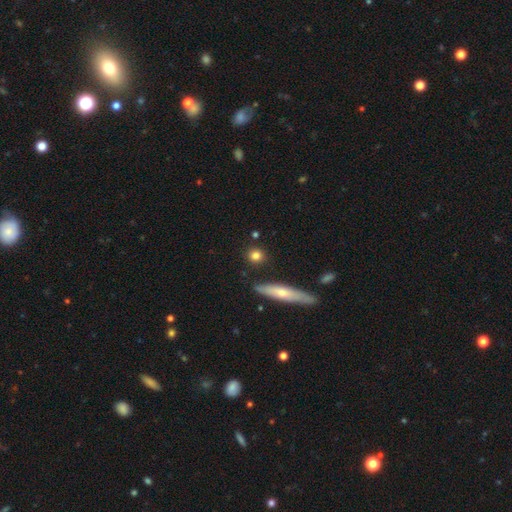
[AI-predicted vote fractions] This is likely a smooth galaxy (79%). How rounded: likely round (79%). Merging: clearly none (85%).